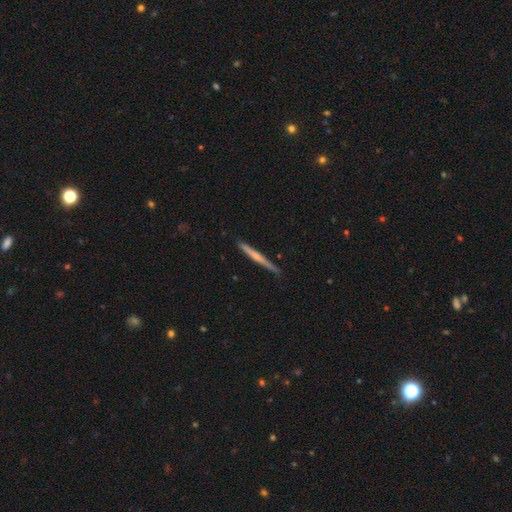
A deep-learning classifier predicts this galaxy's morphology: The model was most divided on "smooth or featured": featured or disk: 50%, smooth: 44%, star or artifact: 5%. More confident: edge-on disk — yes (98%); merging — none (88%).